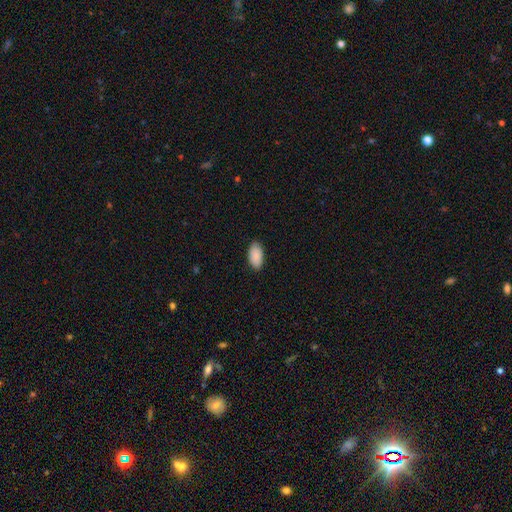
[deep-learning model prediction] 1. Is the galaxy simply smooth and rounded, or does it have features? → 89% smooth, 6% star or artifact, 4% featured or disk.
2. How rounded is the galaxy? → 95% in between, 3% round, 2% cigar-shaped.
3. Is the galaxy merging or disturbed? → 85% none, 12% minor disturbance, 2% major disturbance, 1% merger.